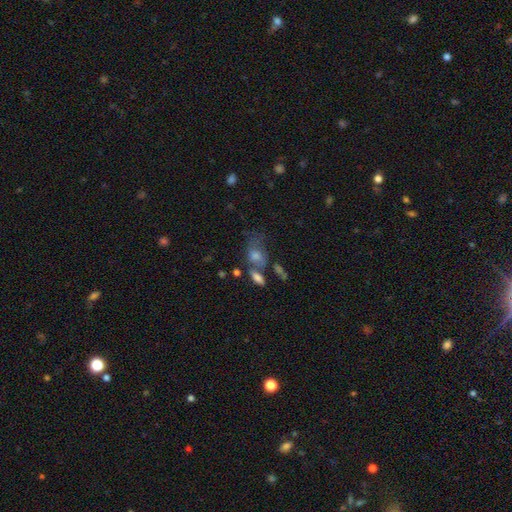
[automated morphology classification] Smooth or featured? smooth (59%)
How rounded? in between (68%)
Merging? none (35%)